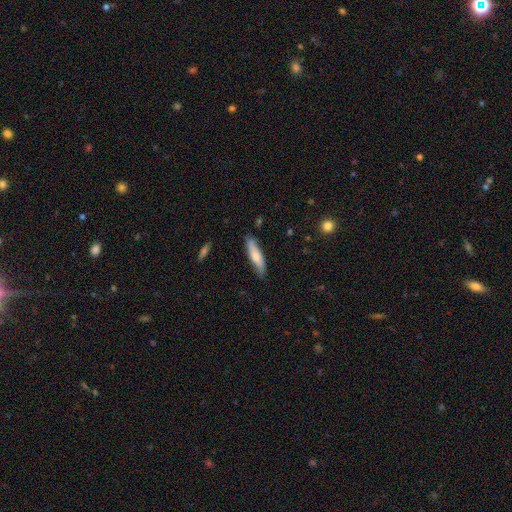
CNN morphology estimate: smooth 65%, featured or disk 30%, star or artifact 5%. Down the decision tree: how rounded — cigar-shaped (77%); merging — none (76%).